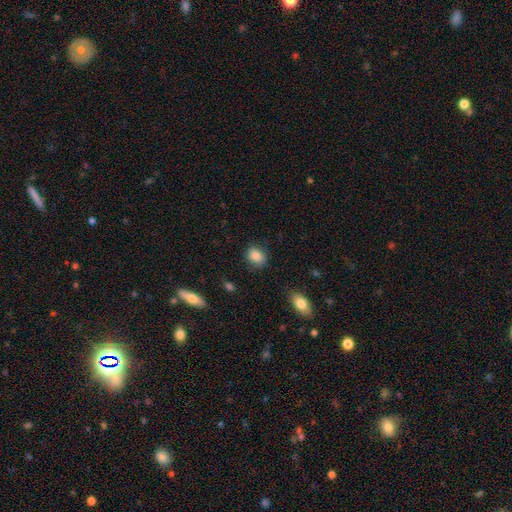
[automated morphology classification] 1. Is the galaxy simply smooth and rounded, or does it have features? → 86% smooth, 9% star or artifact, 6% featured or disk.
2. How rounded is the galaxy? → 50% in between, 48% round, 1% cigar-shaped.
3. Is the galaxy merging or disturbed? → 80% none, 15% minor disturbance, 4% major disturbance, 2% merger.